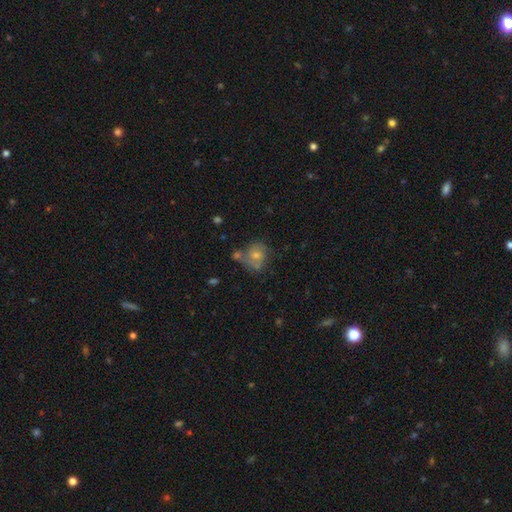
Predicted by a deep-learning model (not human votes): Smooth or featured?
  - smooth: 59% *
  - featured or disk: 31%
  - star or artifact: 10%
How rounded?
  - round: 65% *
  - in between: 34%
  - cigar-shaped: 1%
Merging?
  - none: 41% *
  - merger: 25%
  - minor disturbance: 22%
  - major disturbance: 13%